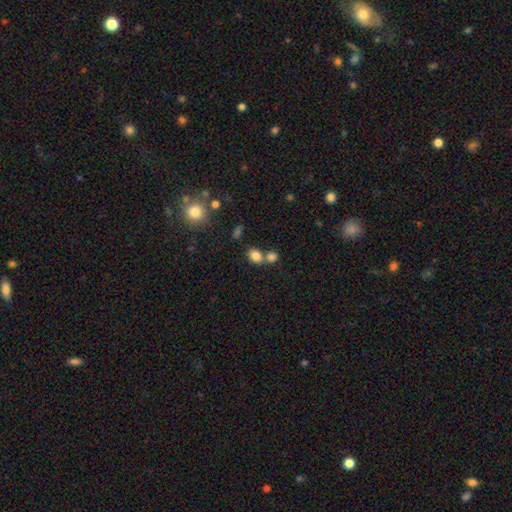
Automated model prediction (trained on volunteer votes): smooth_or_featured: smooth (p=0.81) [alt: star or artifact p=0.11]
how_rounded: in between (p=0.57) [alt: round p=0.42]
merging: none (p=0.48) [alt: merger p=0.38]